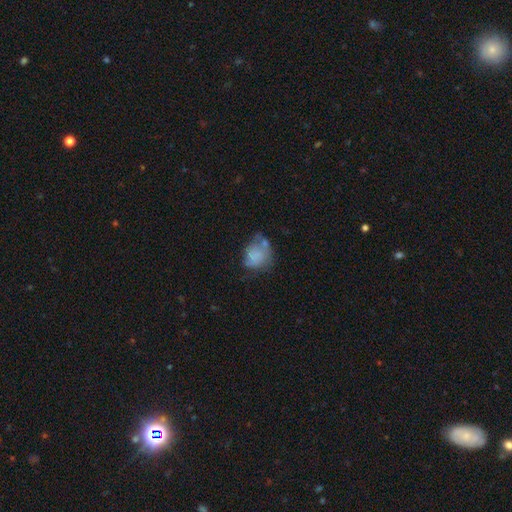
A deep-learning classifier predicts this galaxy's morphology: A smooth galaxy with no disk features (67%) that is round (56%).

Vote fractions:
- Smooth or featured? smooth: 67% / featured or disk: 24% / star or artifact: 9%
- How rounded? round: 56% / in between: 43% / cigar-shaped: 1%
- Merging? none: 34% / minor disturbance: 29% / major disturbance: 22% / merger: 15%